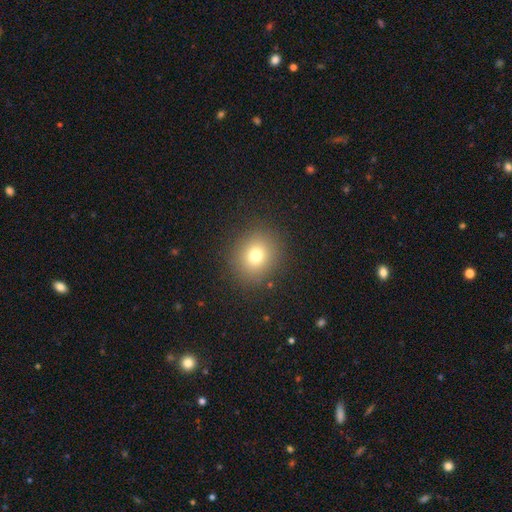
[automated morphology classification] type=smooth (75%); roundness=round (81%); merging=none (88%).